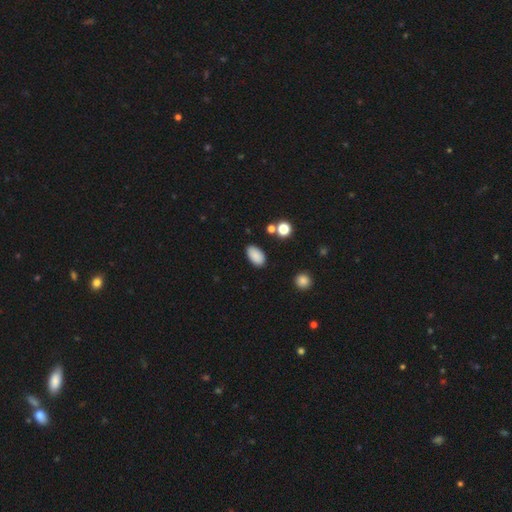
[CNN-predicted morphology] Smooth or featured?
  - smooth: 87% *
  - star or artifact: 9%
  - featured or disk: 4%
How rounded?
  - in between: 93% *
  - round: 6%
  - cigar-shaped: 2%
Merging?
  - none: 86% *
  - minor disturbance: 10%
  - major disturbance: 2%
  - merger: 2%